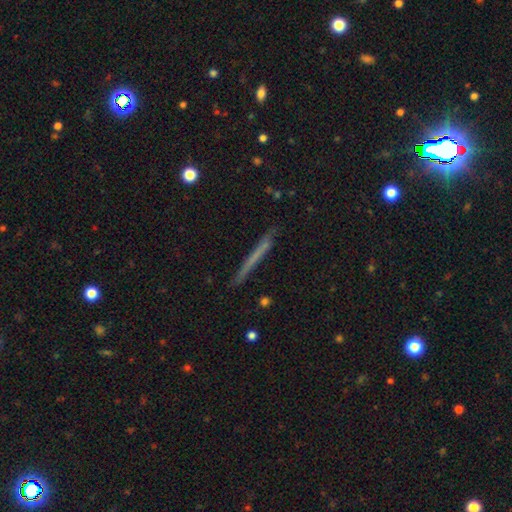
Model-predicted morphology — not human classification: This is possibly a smooth galaxy (51%). How rounded: clearly cigar-shaped (96%). Merging: clearly none (89%).